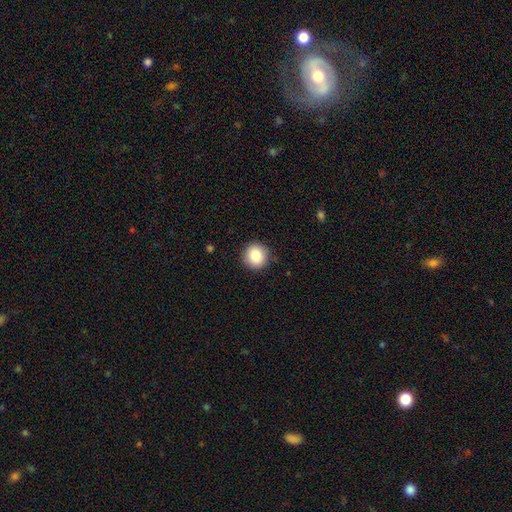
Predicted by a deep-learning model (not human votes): smooth 86%, star or artifact 9%, featured or disk 5%. Down the decision tree: how rounded — round (91%); merging — none (89%).